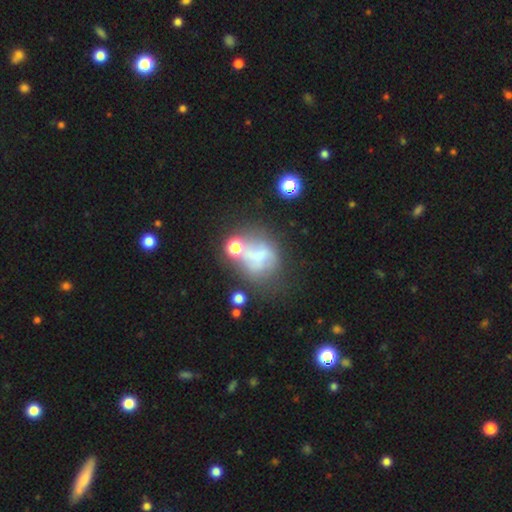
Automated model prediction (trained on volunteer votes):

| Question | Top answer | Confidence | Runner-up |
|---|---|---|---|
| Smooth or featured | featured or disk | 40% | tied: smooth (40%) |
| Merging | none | 33% | major disturbance (25%) |